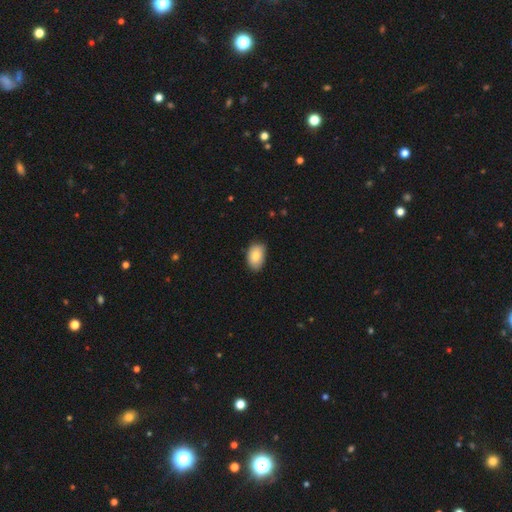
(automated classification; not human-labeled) A smooth galaxy with no disk features (82%) that is in between round and cigar-shaped (88%). Merging: none (78%).